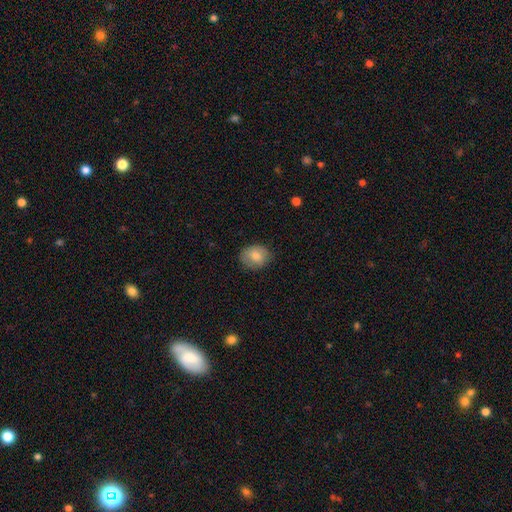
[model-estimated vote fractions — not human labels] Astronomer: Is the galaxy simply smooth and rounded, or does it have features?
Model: smooth — 79%.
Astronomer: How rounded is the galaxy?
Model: round — 53% (runner-up: in between, 46%).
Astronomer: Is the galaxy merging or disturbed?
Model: none — 78%.